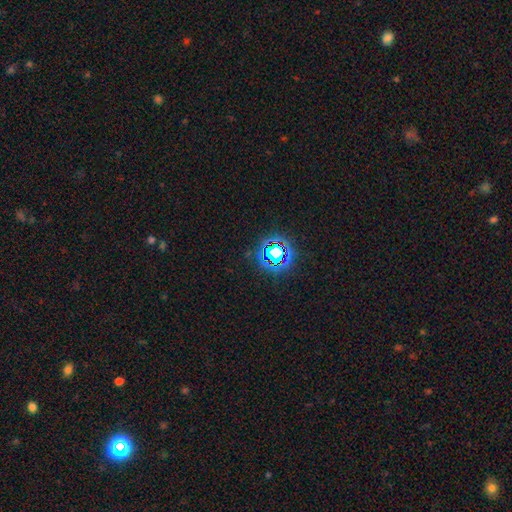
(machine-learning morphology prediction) This appears to be a star or artifact, not a galaxy (78%).